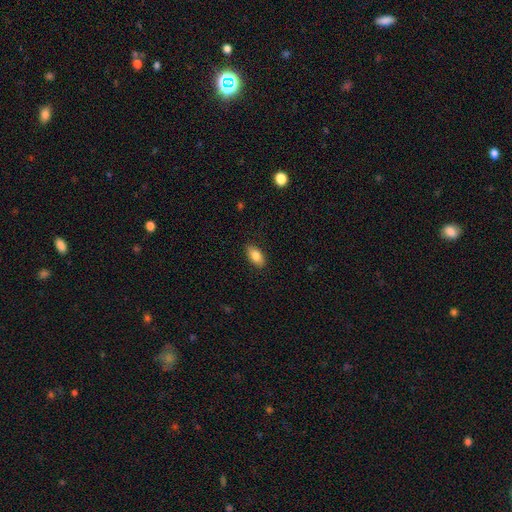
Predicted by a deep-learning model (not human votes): Overall: smooth (83%). How rounded: in between (91%). Merging: none (88%).